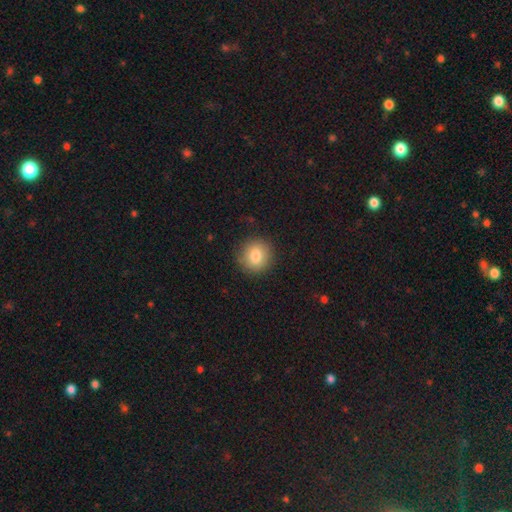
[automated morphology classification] This is clearly a smooth galaxy (82%). How rounded: clearly round (85%). Merging: clearly none (86%).